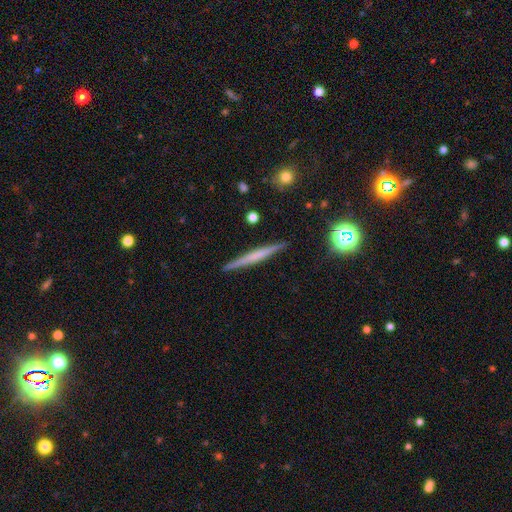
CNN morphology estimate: A featured or disk galaxy (53%) viewed edge-on (97%) with no central bulge (72%). Merging: none (91%).